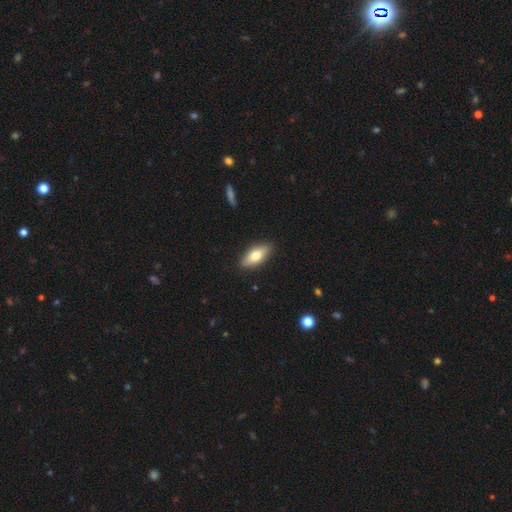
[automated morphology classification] A smooth galaxy with no disk features (71%) that is in between round and cigar-shaped (80%).

Vote fractions:
- Smooth or featured? smooth: 71% / featured or disk: 23% / star or artifact: 6%
- How rounded? in between: 80% / cigar-shaped: 18% / round: 3%
- Merging? none: 88% / minor disturbance: 9% / major disturbance: 2% / merger: 1%